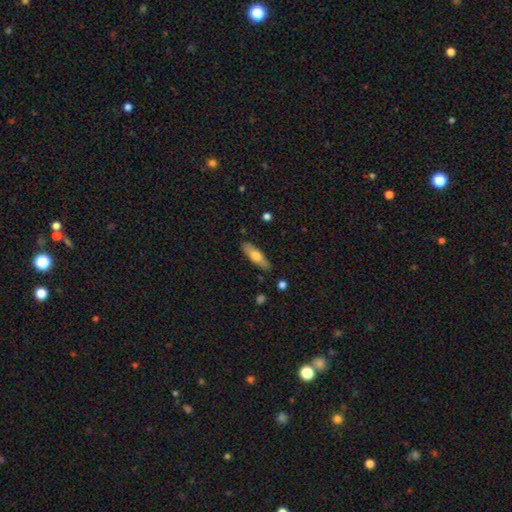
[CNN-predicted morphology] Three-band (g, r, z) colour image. It shows a smooth galaxy with no disk features (64%) that is in between round and cigar-shaped (51%). Merging: none (86%).